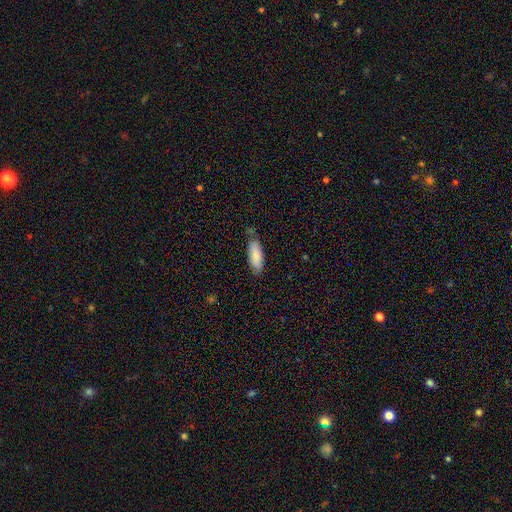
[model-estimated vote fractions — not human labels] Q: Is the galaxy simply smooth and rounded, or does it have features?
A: smooth — 84%.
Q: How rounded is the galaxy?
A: in between — 68%.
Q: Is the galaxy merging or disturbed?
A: none — 67%.